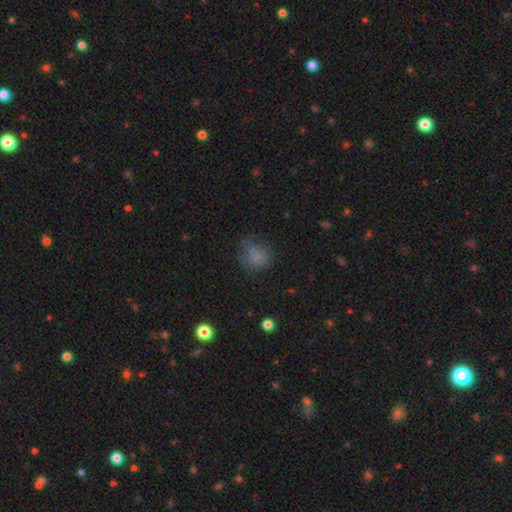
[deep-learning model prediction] Smooth or featured?
  - smooth: 73% *
  - star or artifact: 15%
  - featured or disk: 12%
How rounded?
  - round: 59% *
  - in between: 40%
  - cigar-shaped: 1%
Merging?
  - none: 52% *
  - minor disturbance: 27%
  - major disturbance: 19%
  - merger: 3%